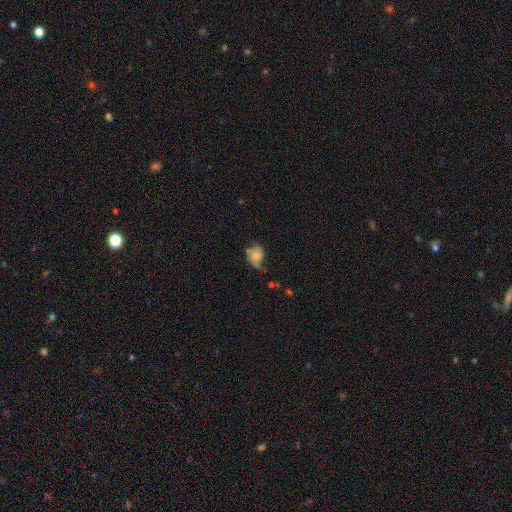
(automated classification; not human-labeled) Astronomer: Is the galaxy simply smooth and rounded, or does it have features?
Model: smooth — 64%.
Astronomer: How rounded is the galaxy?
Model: in between — 70%.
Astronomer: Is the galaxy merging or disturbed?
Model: minor disturbance — 37% (runner-up: none, 36%).